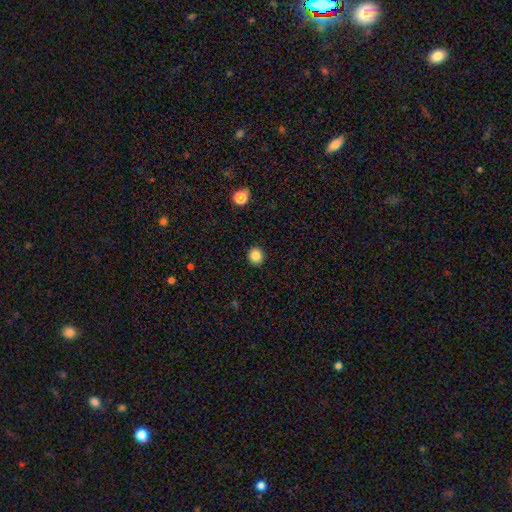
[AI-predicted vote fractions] This is clearly a smooth galaxy (85%). How rounded: clearly round (89%). Merging: clearly none (92%).